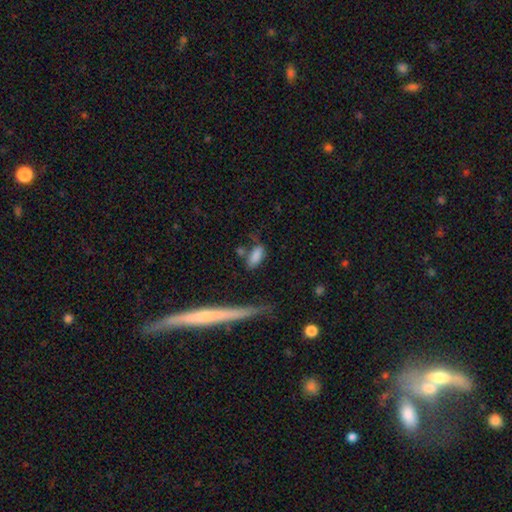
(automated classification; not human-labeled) The model was most divided on "merging": none: 56%, minor disturbance: 23%, merger: 11%, major disturbance: 10%. More confident: smooth or featured — smooth (82%); how rounded — in between (82%).